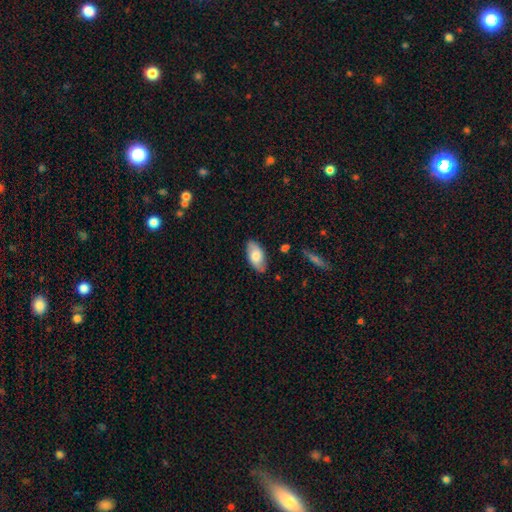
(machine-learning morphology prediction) Smooth or featured? smooth (69%)
How rounded? in between (94%)
Merging? none (83%)